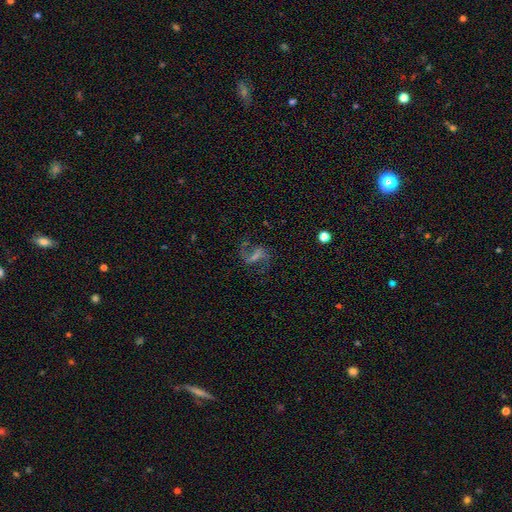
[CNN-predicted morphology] A featured or disk galaxy (78%) with a strong bar (45%), 2 (90%) loose (61%) spiral arms (92%) and no central bulge (38%).

Vote fractions:
- Smooth or featured? featured or disk: 78% / smooth: 11% / star or artifact: 11%
- Edge-on disk? no: 97% / yes: 3%
- Bar? strong: 45% / weak: 41% / no: 15%
- Spiral arms? yes: 92% / no: 8%
- Spiral winding? loose: 61% / medium: 32% / tight: 6%
- Spiral arm count? 2: 90% / 1: 4% / can't tell: 3% / 3: 1% / 4: 1% / more than 4: 1%
- Bulge size? none: 38% / small: 37% / moderate: 20% / large: 5% / dominant: 1%
- Merging? none: 68% / major disturbance: 16% / minor disturbance: 14% / merger: 3%